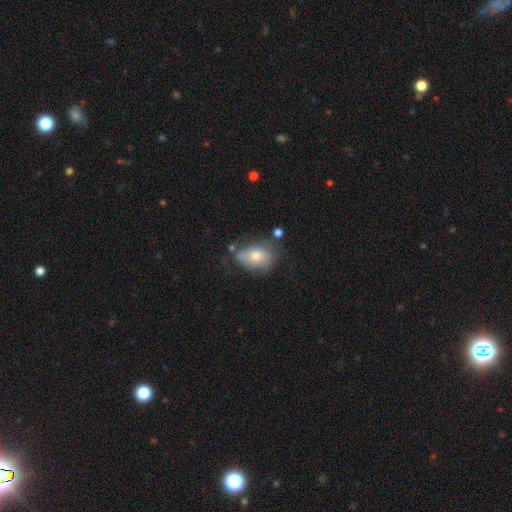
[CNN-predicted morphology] Overall: smooth (71%). How rounded: in between (72%). Merging: none (49%; minor disturbance 31%).